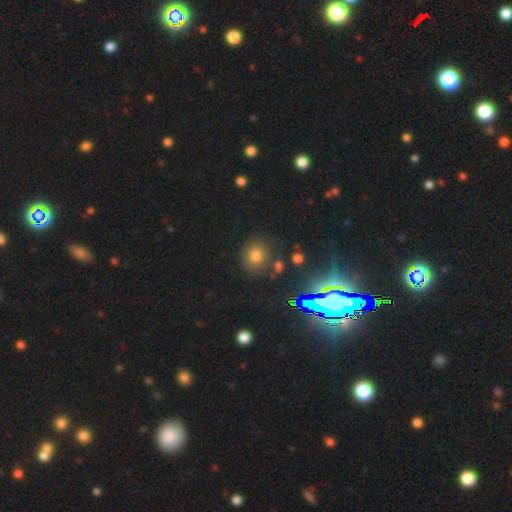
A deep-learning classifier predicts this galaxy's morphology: A smooth galaxy with no disk features (65%) that is round (78%). Merging: none (76%).